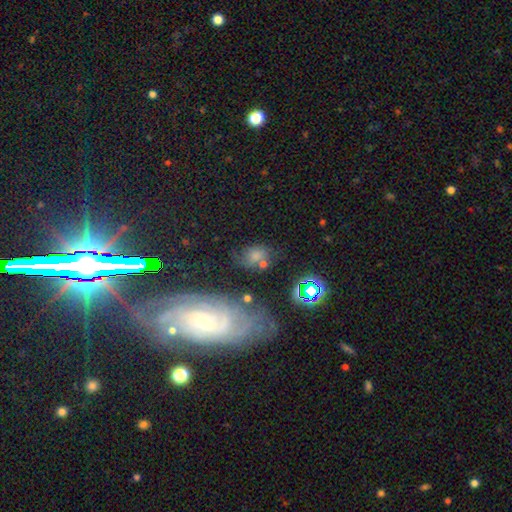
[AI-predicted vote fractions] This is marginally a featured or disk galaxy (39%). Merging: likely none (62%).